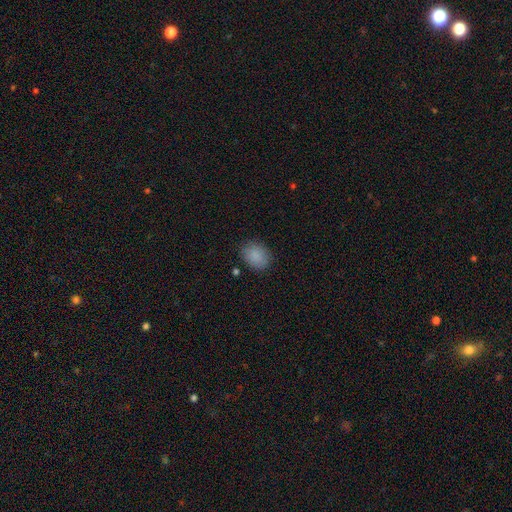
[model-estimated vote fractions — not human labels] Morphology: type=smooth (88%); roundness=in between (57%); merging=none (84%).